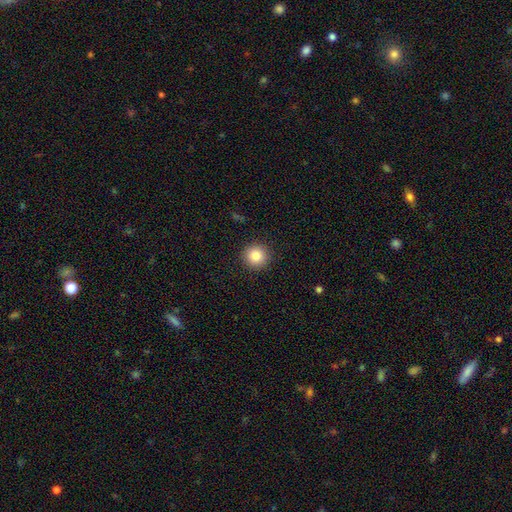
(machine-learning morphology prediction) This is clearly a smooth galaxy (84%). How rounded: clearly round (95%). Merging: clearly none (92%).